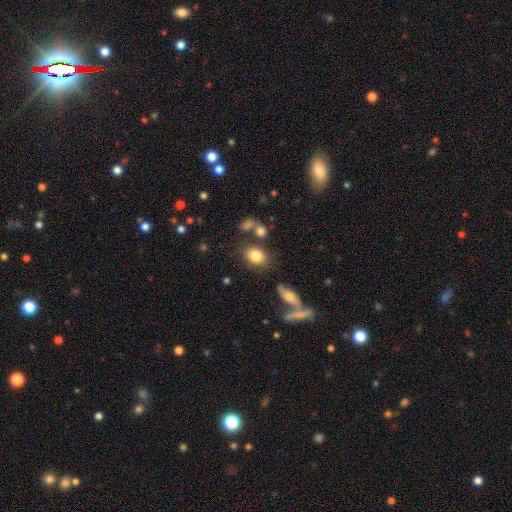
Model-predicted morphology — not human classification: Overall: smooth (82%). How rounded: in between (50%; round 48%). Merging: none (70%).